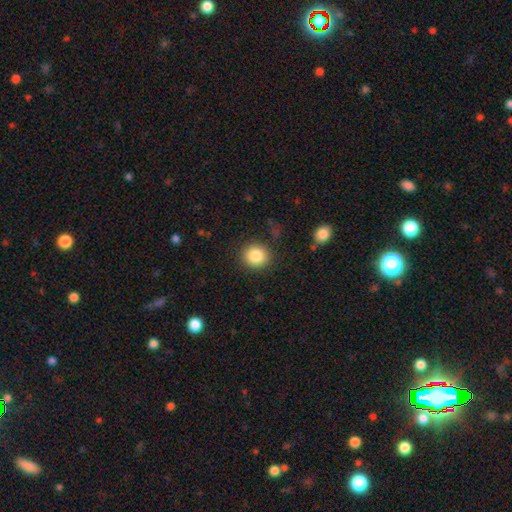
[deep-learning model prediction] Smooth or featured?
  - smooth: 85% *
  - star or artifact: 9%
  - featured or disk: 6%
How rounded?
  - round: 88% *
  - in between: 11%
  - cigar-shaped: 1%
Merging?
  - none: 87% *
  - minor disturbance: 8%
  - major disturbance: 3%
  - merger: 1%